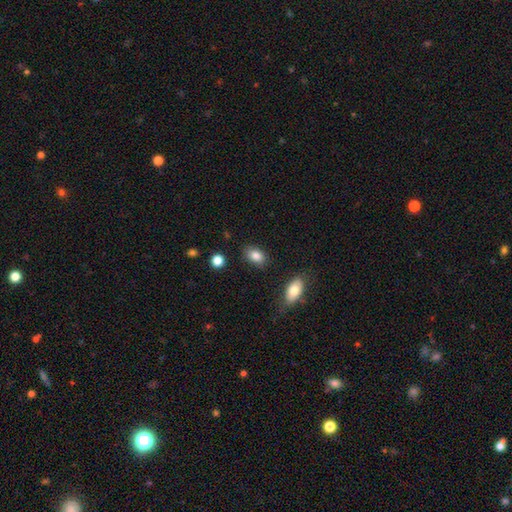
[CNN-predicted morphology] Smooth or featured? smooth (85%)
How rounded? in between (85%)
Merging? none (83%)